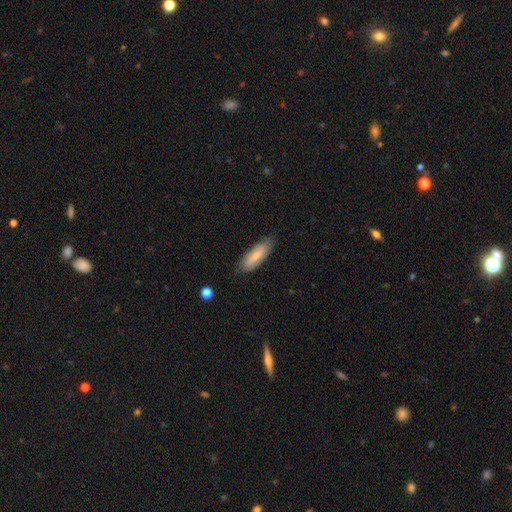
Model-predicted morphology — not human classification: A smooth galaxy with no disk features (71%) that is in between round and cigar-shaped (59%).

Vote fractions:
- Smooth or featured? smooth: 71% / featured or disk: 23% / star or artifact: 6%
- How rounded? in between: 59% / cigar-shaped: 39% / round: 2%
- Merging? none: 78% / minor disturbance: 18% / major disturbance: 3% / merger: 1%